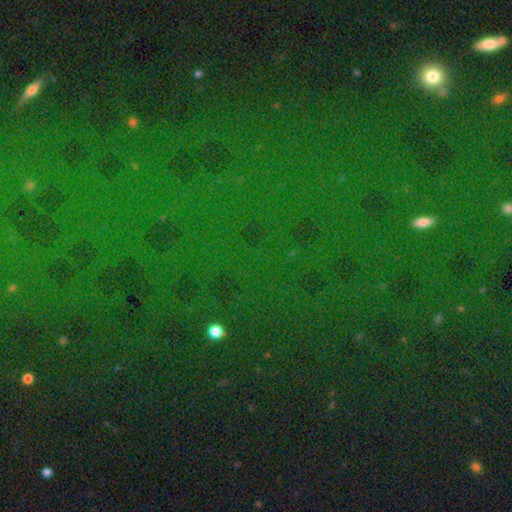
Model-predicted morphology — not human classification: This appears to be a star or artifact, not a galaxy (80%).